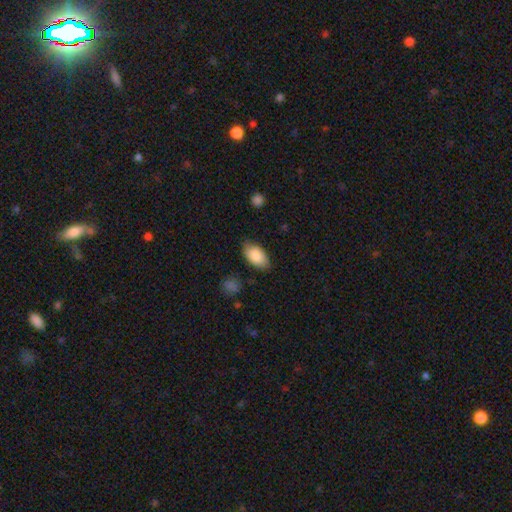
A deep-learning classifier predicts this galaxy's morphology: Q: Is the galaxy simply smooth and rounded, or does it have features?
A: smooth — 86%.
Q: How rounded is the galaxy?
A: in between — 94%.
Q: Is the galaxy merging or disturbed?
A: none — 79%.